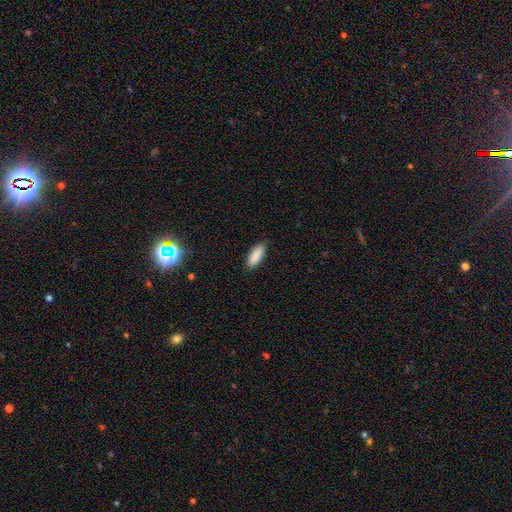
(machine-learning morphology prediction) Smooth or featured? smooth (89%)
How rounded? in between (69%)
Merging? none (87%)